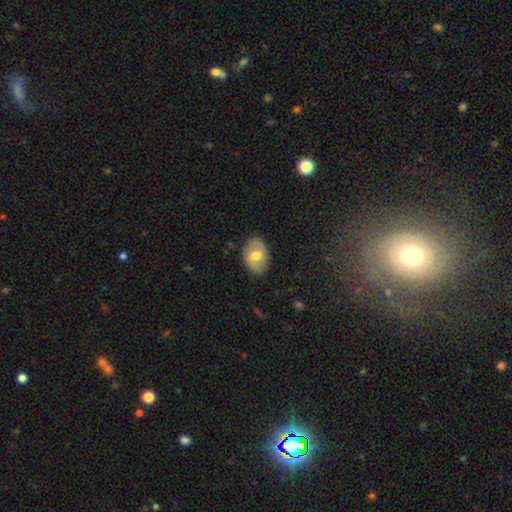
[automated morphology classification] type=smooth (67%); roundness=in between (83%); merging=none (83%).